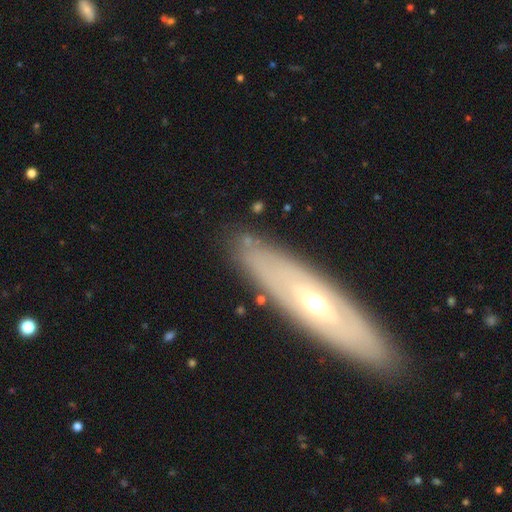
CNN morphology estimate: smooth-or-featured: featured or disk: 59% | smooth: 32% | star or artifact: 9%
  disk-edge-on: no: 60% | yes: 40%
  merging: none: 79% | minor disturbance: 13% | major disturbance: 5% | merger: 3%